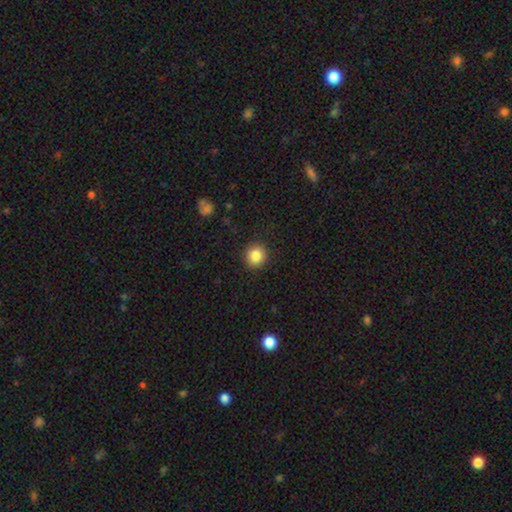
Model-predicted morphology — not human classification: The model was most divided on "smooth or featured": smooth: 86%, star or artifact: 10%, featured or disk: 5%. More confident: how rounded — round (91%); merging — none (91%).